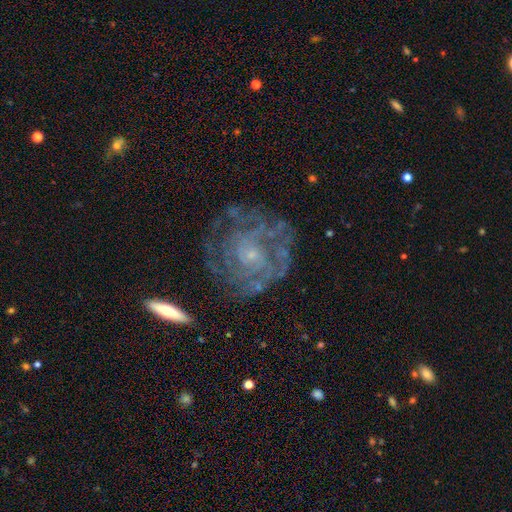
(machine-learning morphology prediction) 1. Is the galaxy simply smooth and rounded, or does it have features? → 75% featured or disk, 13% smooth, 12% star or artifact.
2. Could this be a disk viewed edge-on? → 96% no, 4% yes.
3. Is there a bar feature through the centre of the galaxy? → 74% no, 20% weak, 5% strong.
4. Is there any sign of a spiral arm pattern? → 76% yes, 24% no.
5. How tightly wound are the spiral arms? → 64% tight, 27% medium, 10% loose.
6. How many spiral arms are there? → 52% can't tell, 15% 2, 13% 3, 9% 4, 6% 1, 6% more than 4.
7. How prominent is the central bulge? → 72% small, 16% moderate, 9% none, 2% large, 1% dominant.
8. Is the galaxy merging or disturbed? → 68% none, 17% minor disturbance, 12% major disturbance, 2% merger.